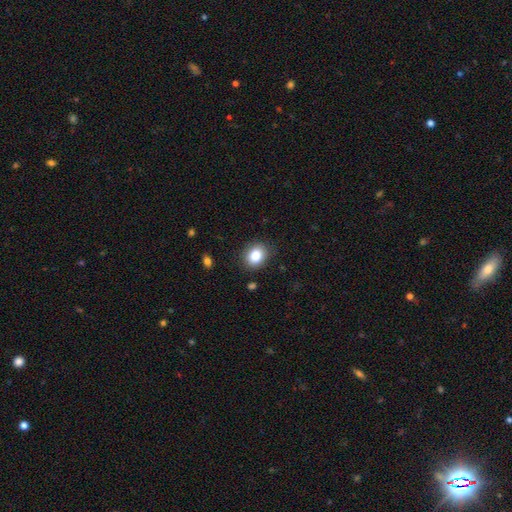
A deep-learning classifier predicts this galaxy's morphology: smooth-or-featured: smooth: 85% | star or artifact: 9% | featured or disk: 6%
  how-rounded: round: 52% | in between: 47% | cigar-shaped: 1%
  merging: none: 85% | minor disturbance: 11% | major disturbance: 3% | merger: 1%